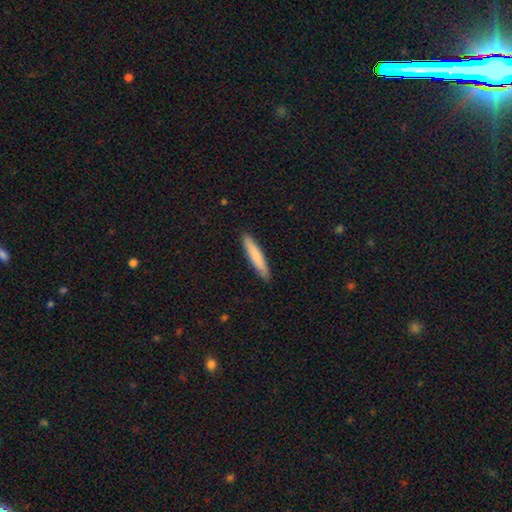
Smooth or featured? smooth (74%)
How rounded? cigar-shaped (97%)
Merging? none (82%)